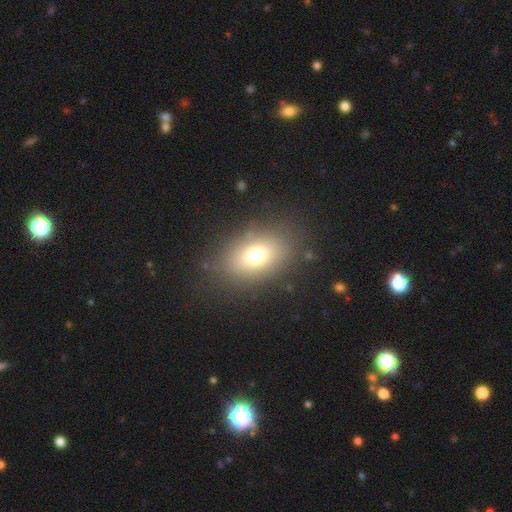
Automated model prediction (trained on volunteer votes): This appears to be a smooth galaxy with no disk features (72%) that is in between round and cigar-shaped (78%). Merging: none (82%).